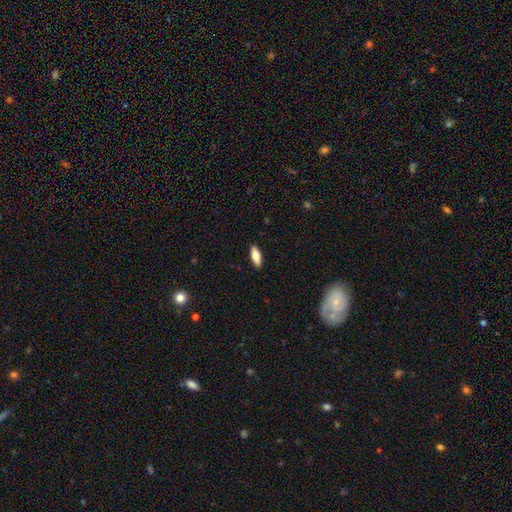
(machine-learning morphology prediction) This is likely a smooth galaxy (69%). How rounded: likely in between (68%). Merging: clearly none (90%).